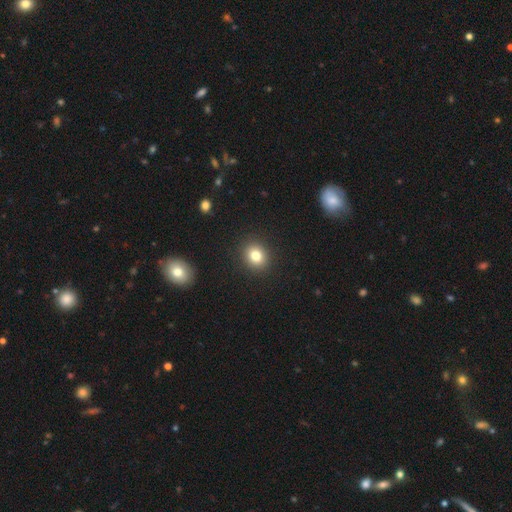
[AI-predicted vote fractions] This appears to be a smooth galaxy with no disk features (81%) that is round (72%). Merging: none (90%).